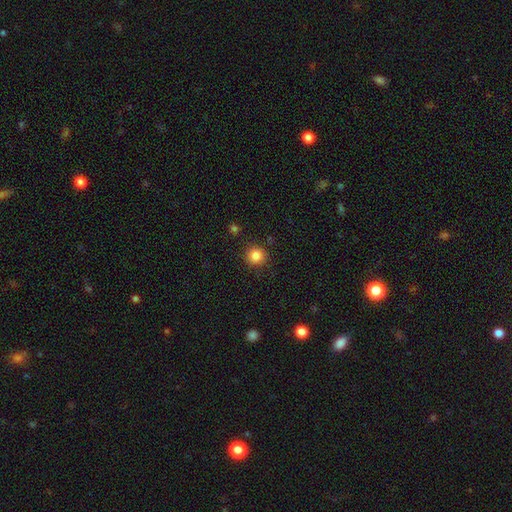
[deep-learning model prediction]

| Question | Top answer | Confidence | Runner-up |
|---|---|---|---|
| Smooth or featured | smooth | 85% | star or artifact (11%) |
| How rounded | round | 94% | in between (5%) |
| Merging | none | 89% | minor disturbance (7%) |